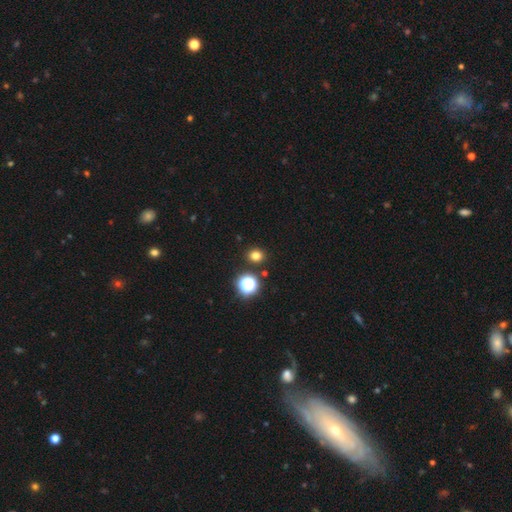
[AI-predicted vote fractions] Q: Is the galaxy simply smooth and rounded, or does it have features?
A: smooth — 76%.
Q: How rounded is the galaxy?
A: round — 76%.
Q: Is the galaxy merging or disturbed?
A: none — 87%.